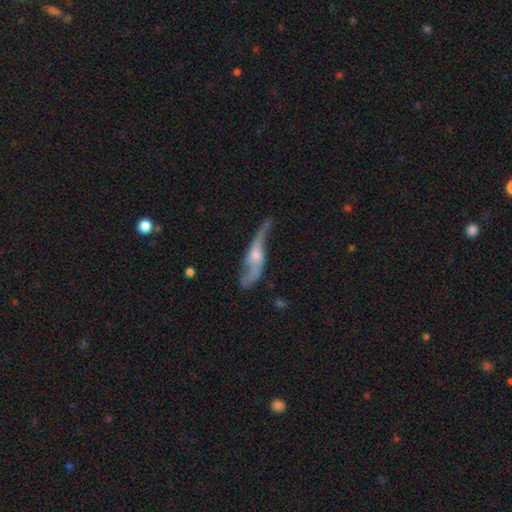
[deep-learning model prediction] A featured or disk galaxy (78%) with no bar (61%), spiral arms (88%) and a moderate central bulge (43%).

Vote fractions:
- Smooth or featured? featured or disk: 78% / smooth: 16% / star or artifact: 7%
- Edge-on disk? no: 68% / yes: 32%
- Bar? no: 61% / weak: 31% / strong: 9%
- Spiral arms? yes: 88% / no: 12%
- Bulge size? moderate: 43% / small: 39% / none: 10% / large: 6% / dominant: 2%
- Merging? none: 49% / minor disturbance: 26% / major disturbance: 20% / merger: 5%